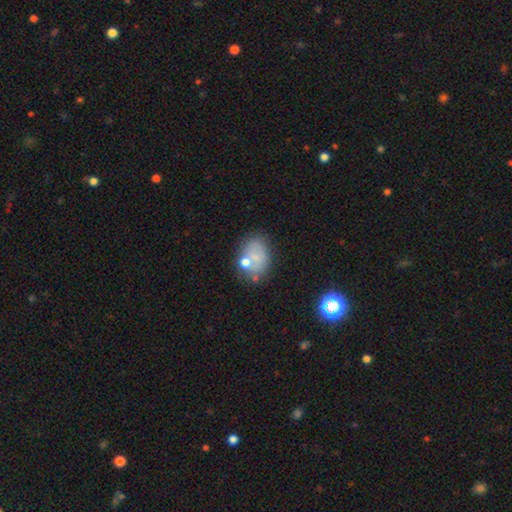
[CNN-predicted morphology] smooth 57%, featured or disk 29%, star or artifact 13%. Down the decision tree: how rounded — in between (65%); merging — none (48%).